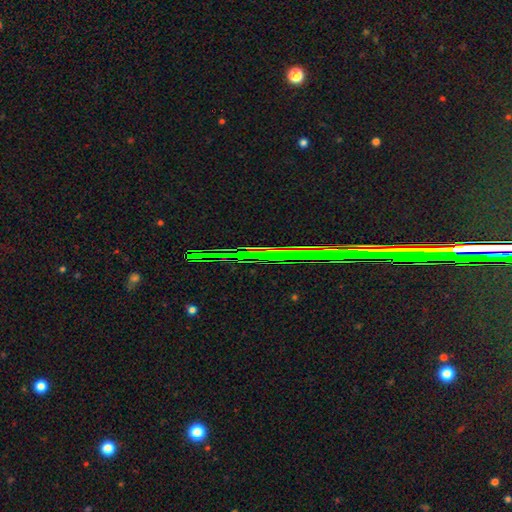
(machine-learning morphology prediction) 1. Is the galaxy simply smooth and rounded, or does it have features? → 72% star or artifact, 18% featured or disk, 11% smooth.